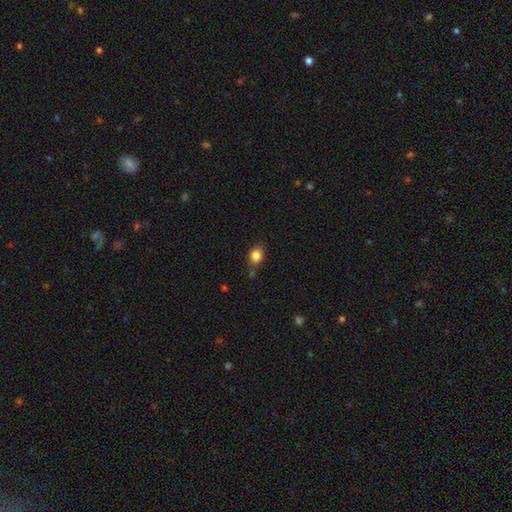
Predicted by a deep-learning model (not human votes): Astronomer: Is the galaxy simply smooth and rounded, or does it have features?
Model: smooth — 84%.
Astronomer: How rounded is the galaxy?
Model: in between — 56% (runner-up: round, 42%).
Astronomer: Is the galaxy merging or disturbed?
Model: none — 76%.